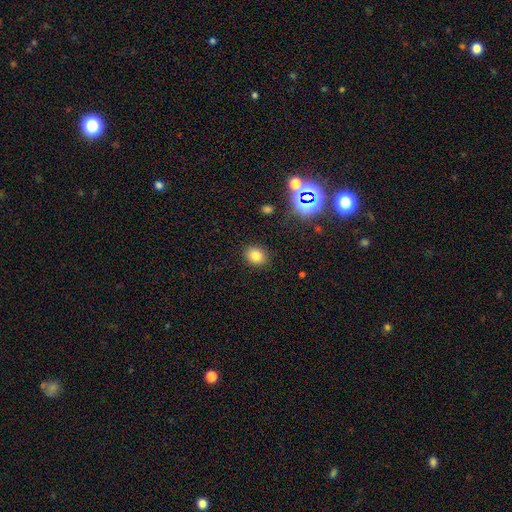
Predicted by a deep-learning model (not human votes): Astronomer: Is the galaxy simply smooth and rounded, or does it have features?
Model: smooth — 79%.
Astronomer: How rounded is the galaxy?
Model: round — 53% (runner-up: in between, 46%).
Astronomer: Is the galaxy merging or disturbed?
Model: none — 88%.